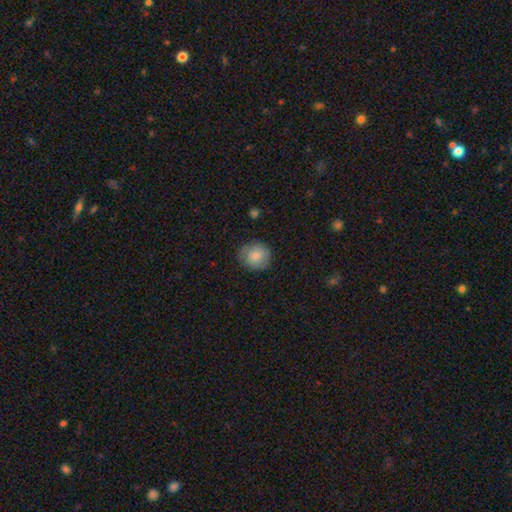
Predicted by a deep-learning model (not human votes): Overall: smooth (80%). How rounded: round (86%). Merging: none (77%).